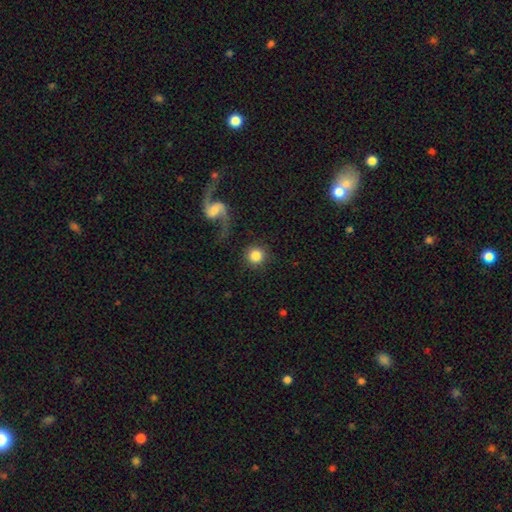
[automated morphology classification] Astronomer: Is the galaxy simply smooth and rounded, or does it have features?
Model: smooth — 80%.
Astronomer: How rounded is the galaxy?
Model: round — 95%.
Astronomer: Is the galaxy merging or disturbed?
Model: none — 81%.